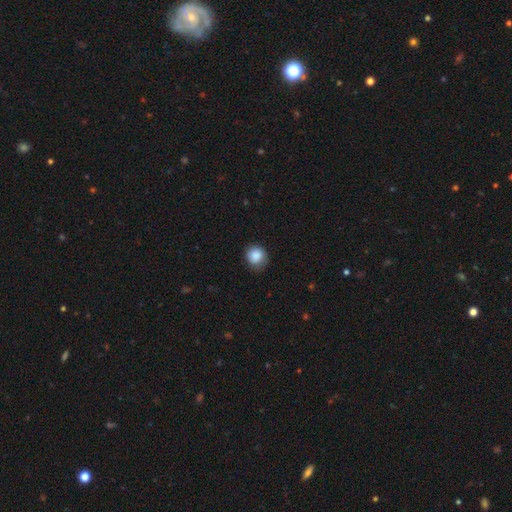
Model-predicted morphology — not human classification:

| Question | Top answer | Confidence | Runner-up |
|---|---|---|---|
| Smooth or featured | smooth | 87% | star or artifact (8%) |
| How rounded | round | 81% | in between (18%) |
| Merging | none | 70% | minor disturbance (24%) |